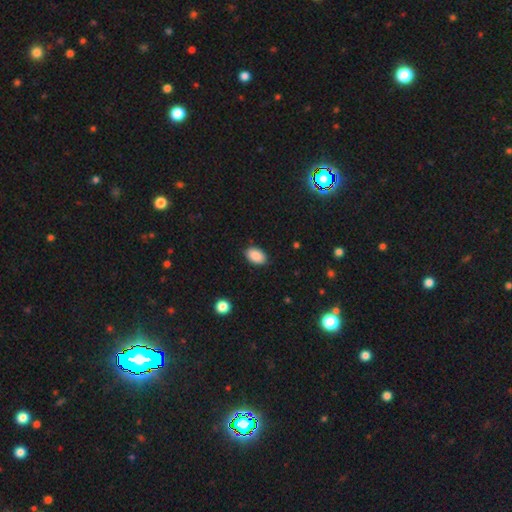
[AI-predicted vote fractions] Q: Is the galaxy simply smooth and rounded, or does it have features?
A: smooth — 89%.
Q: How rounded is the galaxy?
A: in between — 90%.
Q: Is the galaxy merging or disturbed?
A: none — 87%.